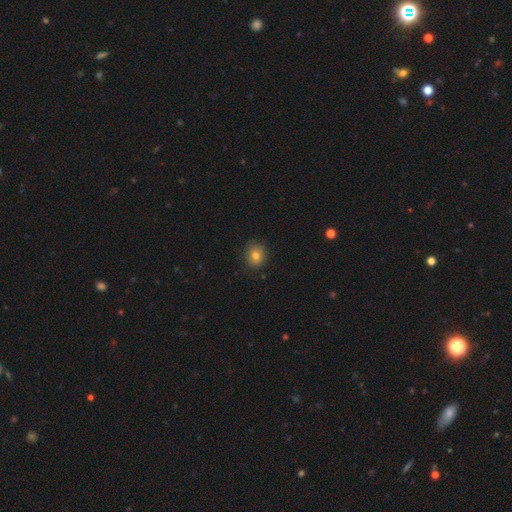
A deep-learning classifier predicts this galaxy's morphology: Smooth or featured? Predicted: smooth (p=0.78). How rounded? Predicted: round (p=0.71). Merging? Predicted: none (p=0.87).